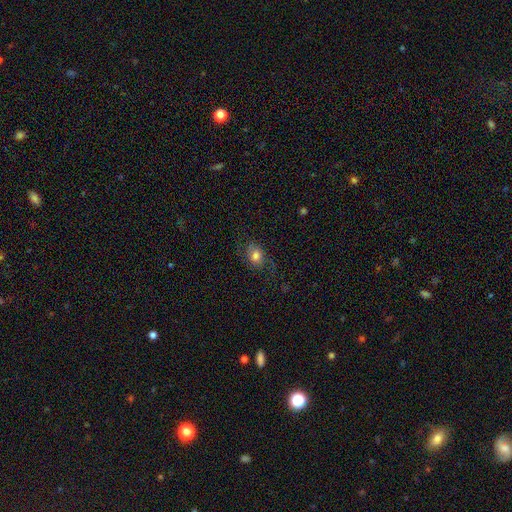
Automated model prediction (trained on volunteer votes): Smooth or featured? Predicted: smooth (p=0.62). How rounded? Predicted: in between (p=0.58). Merging? Predicted: none (p=0.62).